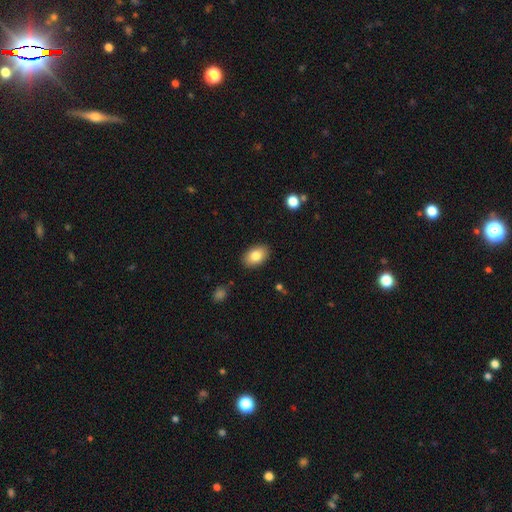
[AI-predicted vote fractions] smooth_or_featured: smooth (p=0.83) [alt: featured or disk p=0.10]
how_rounded: in between (p=0.89) [alt: round p=0.09]
merging: none (p=0.88) [alt: minor disturbance p=0.09]